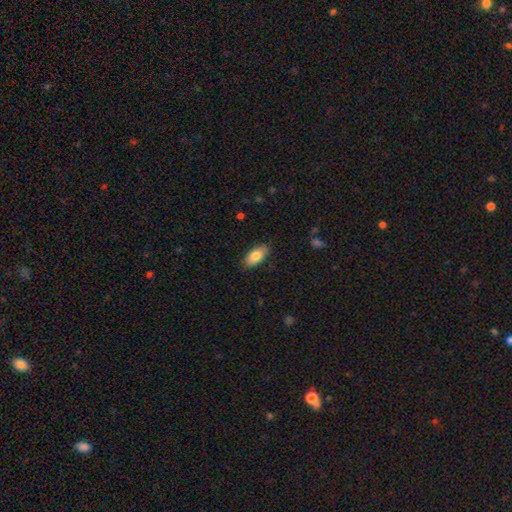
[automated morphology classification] This appears to be a smooth galaxy with no disk features (82%) that is in between round and cigar-shaped (89%). Merging: none (86%).